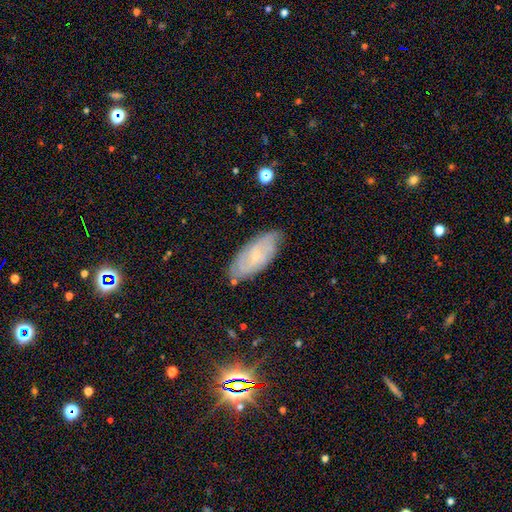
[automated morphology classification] A featured or disk galaxy (62%) with no bar (62%), spiral arms (86%) and a small central bulge (81%).

Vote fractions:
- Smooth or featured? featured or disk: 62% / smooth: 28% / star or artifact: 9%
- Edge-on disk? no: 90% / yes: 10%
- Bar? no: 62% / weak: 32% / strong: 6%
- Spiral arms? yes: 86% / no: 14%
- Bulge size? small: 81% / moderate: 13% / none: 4% / large: 1% / dominant: 1%
- Merging? none: 78% / minor disturbance: 17% / major disturbance: 3% / merger: 2%